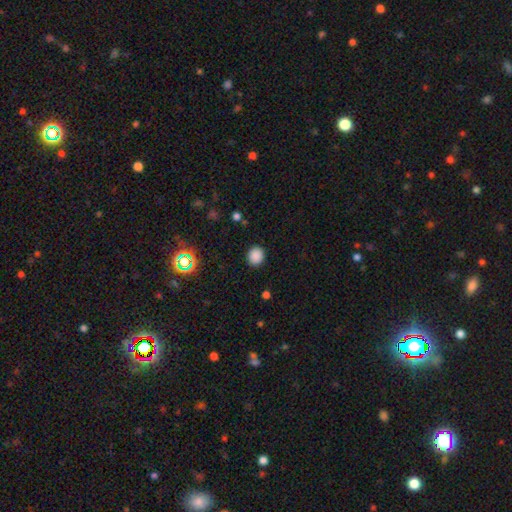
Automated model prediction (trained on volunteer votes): smooth 85%, star or artifact 12%, featured or disk 3%. Down the decision tree: how rounded — round (76%); merging — none (89%).